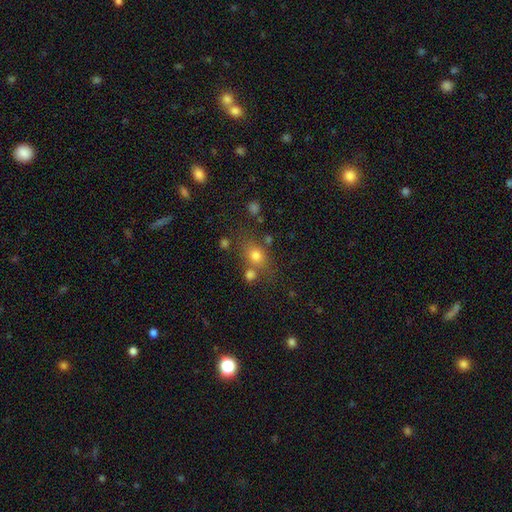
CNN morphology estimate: smooth 74%, star or artifact 15%, featured or disk 11%. Down the decision tree: how rounded — round (53%); merging — none (61%).